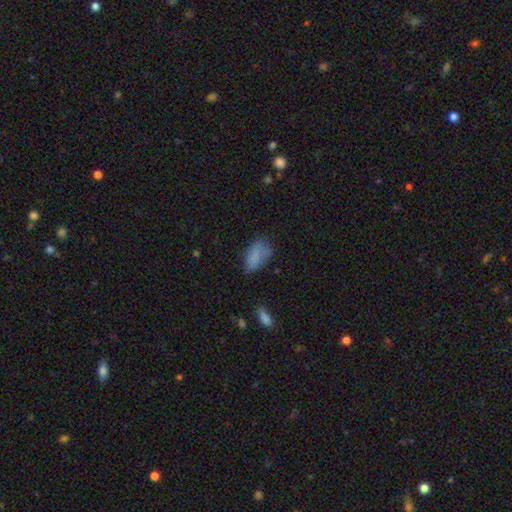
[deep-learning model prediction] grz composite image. It shows a smooth galaxy with no disk features (78%) that is in between round and cigar-shaped (91%). Merging: none (53%).